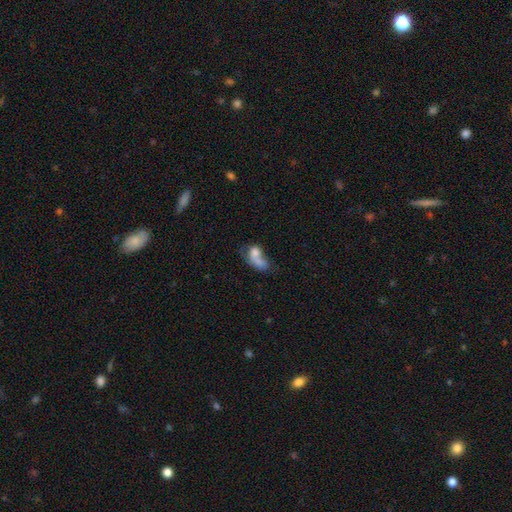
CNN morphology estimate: A smooth galaxy with no disk features (66%) that is in between round and cigar-shaped (76%).

Vote fractions:
- Smooth or featured? smooth: 66% / featured or disk: 24% / star or artifact: 10%
- How rounded? in between: 76% / round: 20% / cigar-shaped: 4%
- Merging? merger: 56% / major disturbance: 19% / none: 15% / minor disturbance: 10%